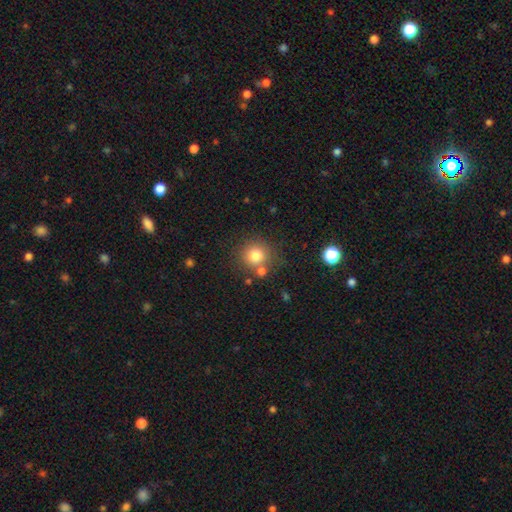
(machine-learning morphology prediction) Q: Smooth or featured?
A: smooth (79%); runner-up: star or artifact (13%)
Q: How rounded?
A: round (91%); runner-up: in between (8%)
Q: Merging?
A: none (72%); runner-up: merger (13%)